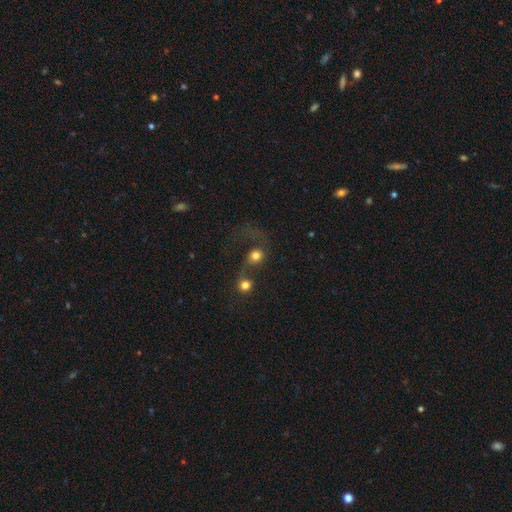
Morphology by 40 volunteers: A smooth galaxy with no disk features (68%) that is round (85%). Merging: merger (61%).